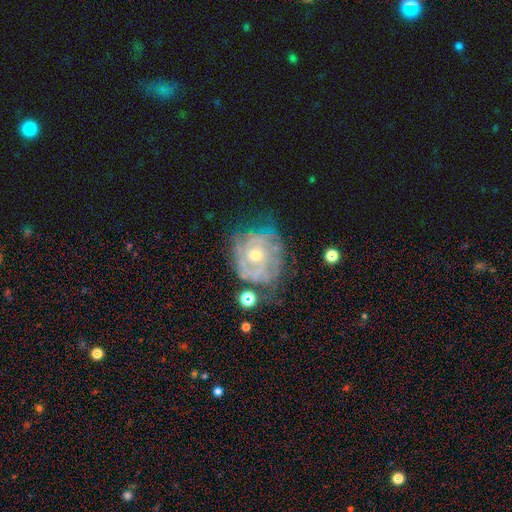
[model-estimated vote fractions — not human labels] A featured or disk galaxy (83%) with no bar (72%), tight (69%) spiral arms (88%) and a small central bulge (49%). Merging: none (59%).